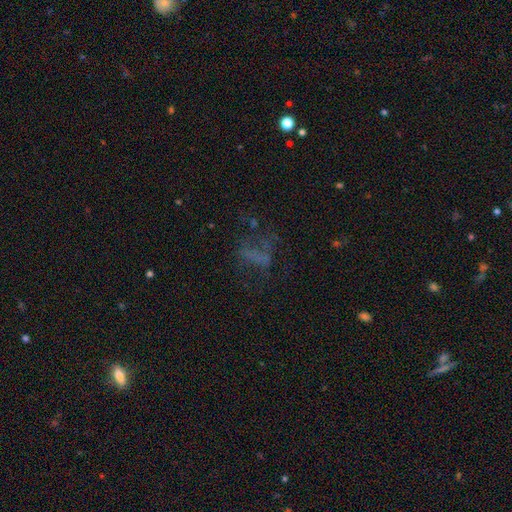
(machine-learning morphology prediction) smooth_or_featured: featured or disk (p=0.37) [alt: star or artifact p=0.32]
merging: none (p=0.46) [alt: major disturbance p=0.33]